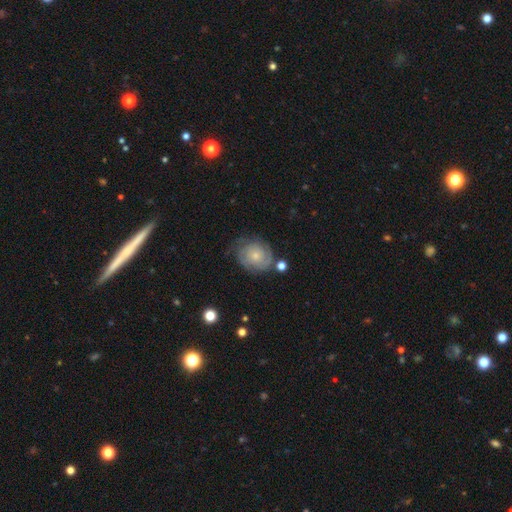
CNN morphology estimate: The model was most divided on "spiral arm count": 2: 36%, can't tell: 32%, 3: 17%, 4: 6%, 1: 5%, more than 4: 4%. More confident: edge-on disk — no (98%); spiral arms — yes (91%); bar — no (82%); smooth or featured — featured or disk (71%); spiral winding — tight (68%); bulge size — small (68%); merging — none (66%).